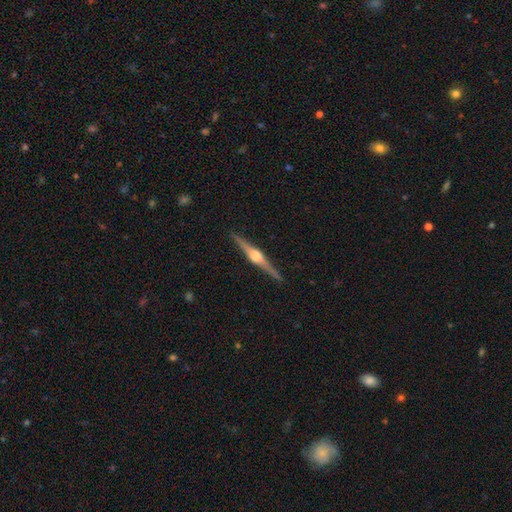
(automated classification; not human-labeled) A featured or disk galaxy (85%) viewed edge-on (99%) with a rounded central bulge (93%). Merging: none (91%).